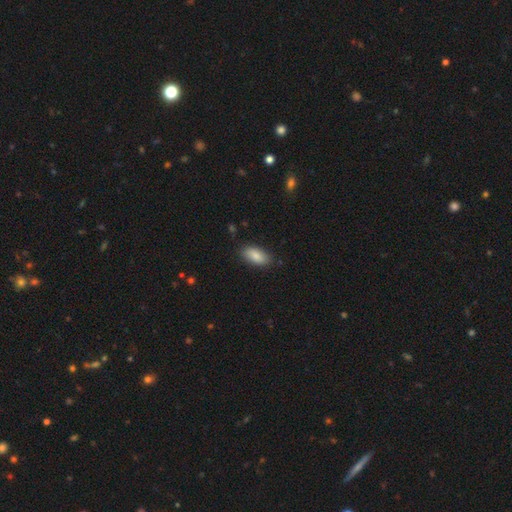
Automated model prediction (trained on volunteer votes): Q: Smooth or featured?
A: smooth (86%); runner-up: featured or disk (8%)
Q: How rounded?
A: in between (90%); runner-up: cigar-shaped (7%)
Q: Merging?
A: none (84%); runner-up: minor disturbance (12%)